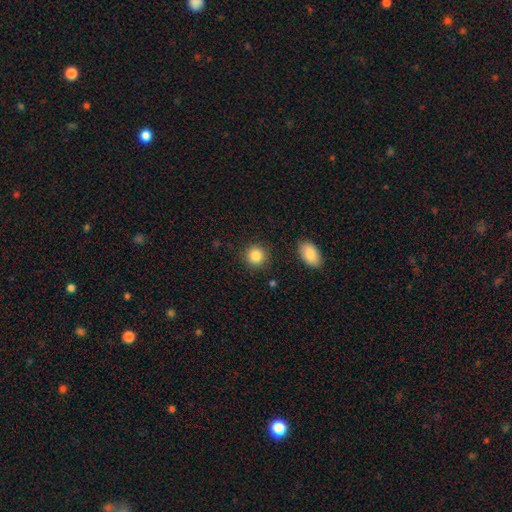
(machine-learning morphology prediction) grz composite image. It shows a smooth galaxy with no disk features (86%) that is round (89%). Merging: none (88%).